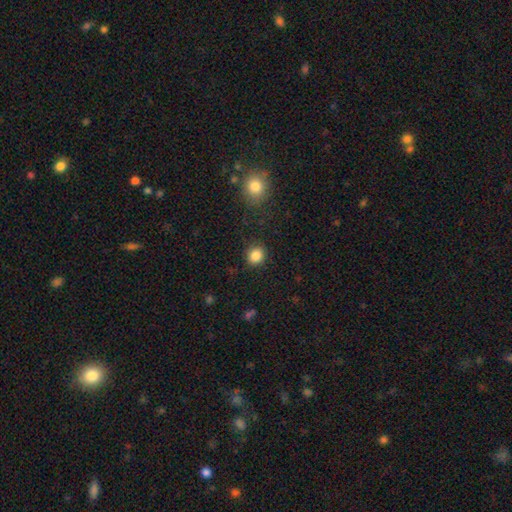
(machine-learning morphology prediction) Q: Smooth or featured?
A: smooth (85%); runner-up: star or artifact (11%)
Q: How rounded?
A: round (82%); runner-up: in between (17%)
Q: Merging?
A: none (89%); runner-up: minor disturbance (7%)